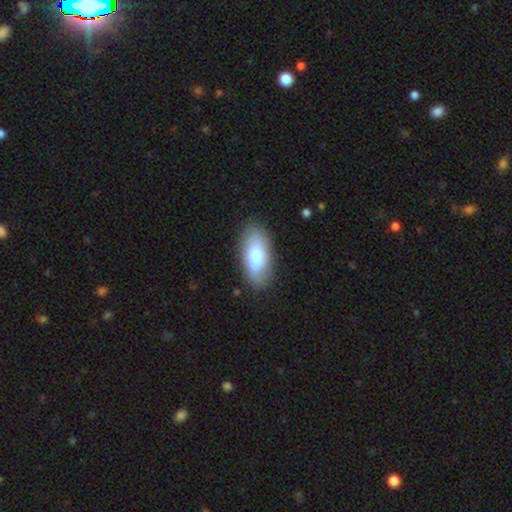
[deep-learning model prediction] smooth_or_featured: smooth (p=0.78) [alt: featured or disk p=0.16]
how_rounded: in between (p=0.89) [alt: cigar-shaped p=0.09]
merging: none (p=0.85) [alt: minor disturbance p=0.11]